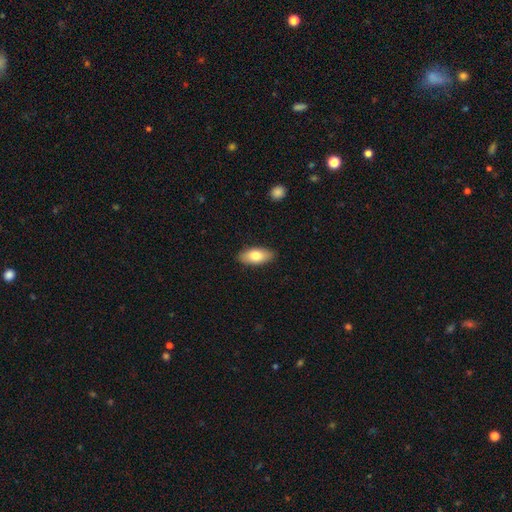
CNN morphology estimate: smooth 78%, featured or disk 16%, star or artifact 6%. Down the decision tree: how rounded — in between (88%); merging — none (89%).